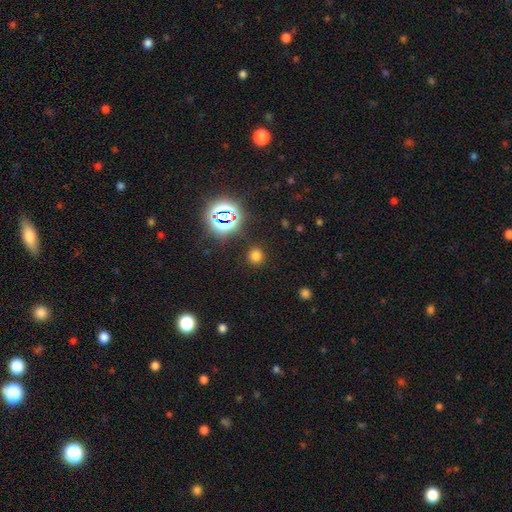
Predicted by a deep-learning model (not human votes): This appears to be a smooth galaxy with no disk features (69%) that is round (91%). Merging: none (88%).